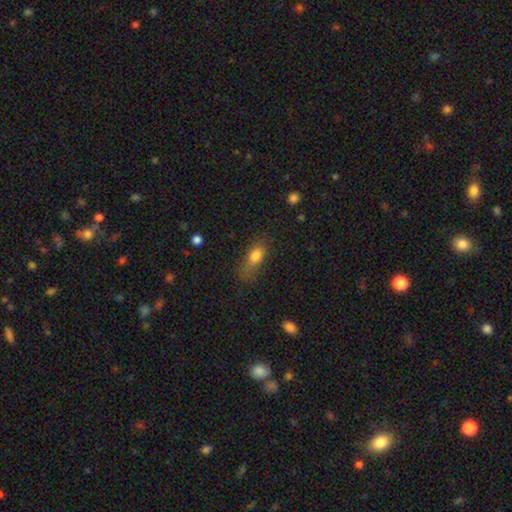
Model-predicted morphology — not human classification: type=smooth (79%); roundness=in between (76%); merging=none (52%).